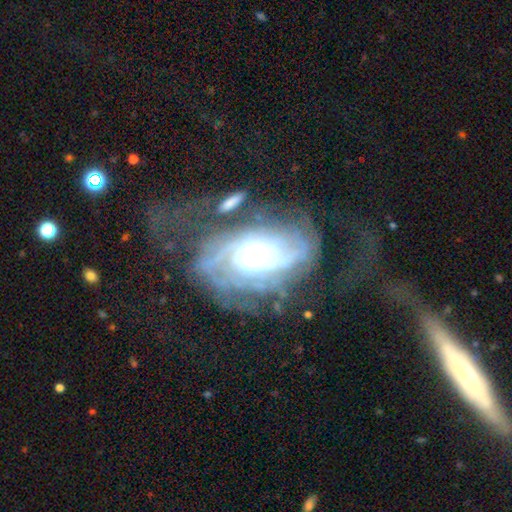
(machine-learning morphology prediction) Overall: featured or disk (84%). Edge-on disk: no (95%). Bar: no (62%; weak 27%). Spiral arms: yes (92%). Spiral arm count: can't tell (37%; 2 32%). Spiral winding: tight (60%; medium 29%). Bulge size: small (61%; moderate 26%). Merging: none (38%; major disturbance 33%).